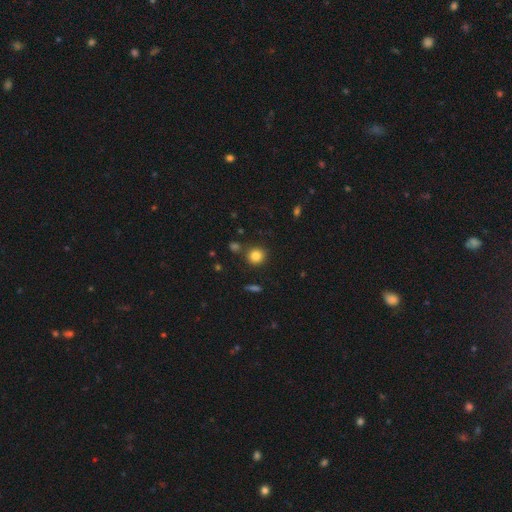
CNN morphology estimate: Smooth or featured?
  - smooth: 83% *
  - star or artifact: 12%
  - featured or disk: 6%
How rounded?
  - round: 87% *
  - in between: 12%
  - cigar-shaped: 1%
Merging?
  - none: 84% *
  - minor disturbance: 8%
  - merger: 5%
  - major disturbance: 3%